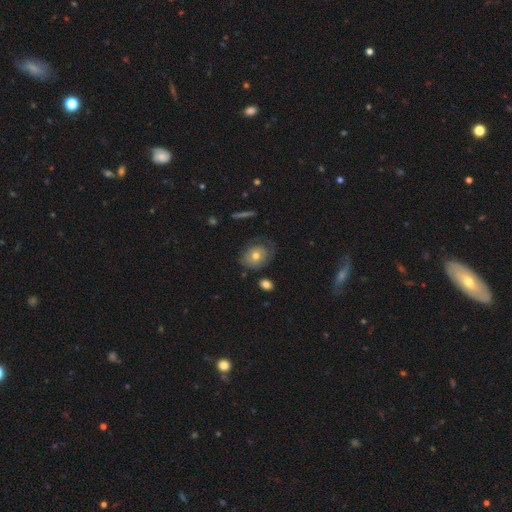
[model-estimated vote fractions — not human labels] A smooth galaxy with no disk features (54%) that is in between round and cigar-shaped (52%).

Vote fractions:
- Smooth or featured? smooth: 54% / featured or disk: 37% / star or artifact: 9%
- How rounded? in between: 52% / round: 47% / cigar-shaped: 1%
- Merging? none: 57% / minor disturbance: 27% / major disturbance: 14% / merger: 2%